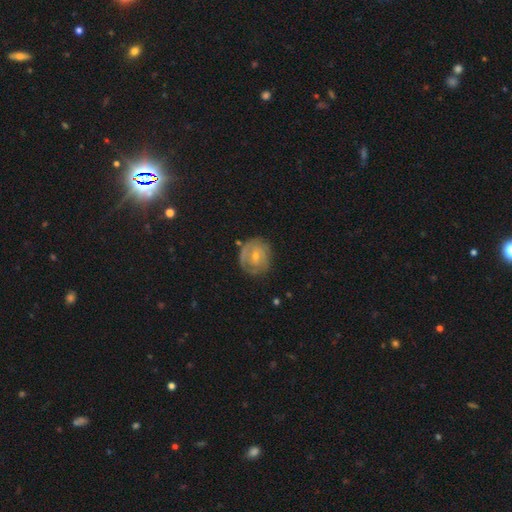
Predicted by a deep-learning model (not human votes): Overall: featured or disk (63%; smooth 26%). Edge-on disk: no (97%). Bar: no (55%; weak 37%). Spiral arms: yes (75%). Bulge size: small (55%; moderate 40%). Merging: none (73%).